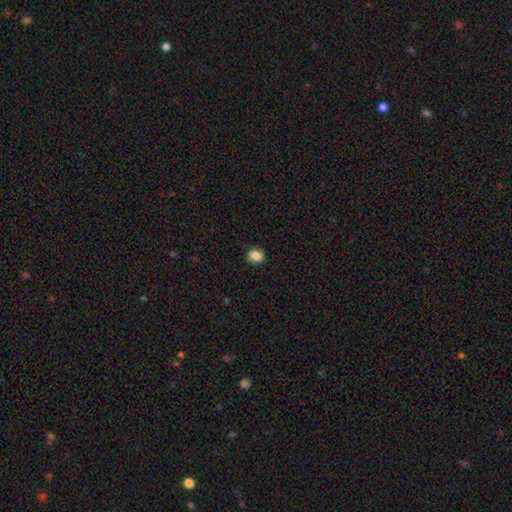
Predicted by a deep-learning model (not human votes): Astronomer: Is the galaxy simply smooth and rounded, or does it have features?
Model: smooth — 86%.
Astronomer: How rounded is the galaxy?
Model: in between — 61% (runner-up: round, 38%).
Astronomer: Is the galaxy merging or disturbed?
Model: none — 82%.